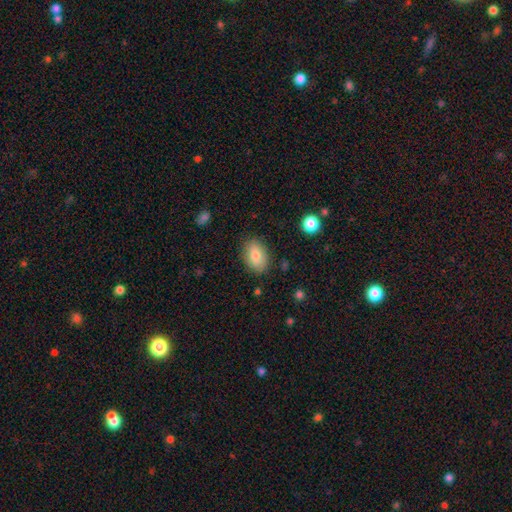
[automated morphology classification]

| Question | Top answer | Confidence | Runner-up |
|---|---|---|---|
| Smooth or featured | smooth | 82% | featured or disk (11%) |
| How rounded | in between | 88% | round (11%) |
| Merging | none | 83% | minor disturbance (12%) |